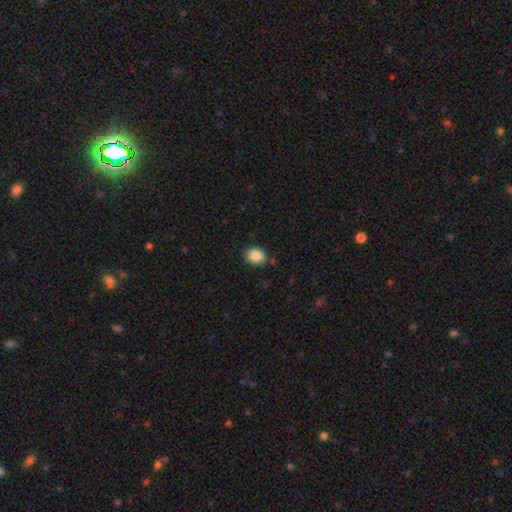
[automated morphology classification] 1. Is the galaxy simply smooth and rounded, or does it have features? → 88% smooth, 9% star or artifact, 3% featured or disk.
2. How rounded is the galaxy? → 51% round, 49% in between, 1% cigar-shaped.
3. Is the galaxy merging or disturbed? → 85% none, 11% minor disturbance, 3% major disturbance, 2% merger.